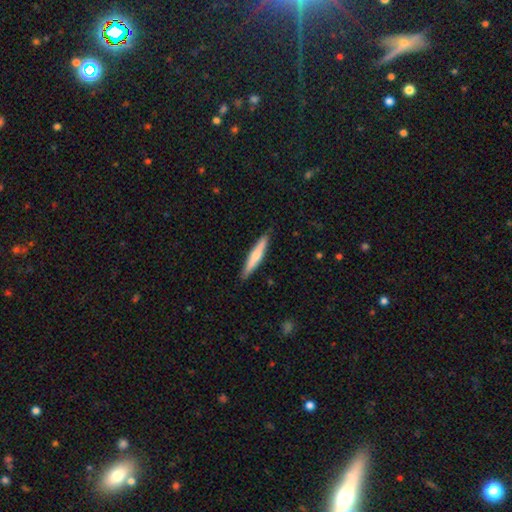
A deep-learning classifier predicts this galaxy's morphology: A smooth galaxy with no disk features (59%) that is cigar-shaped (92%).

Vote fractions:
- Smooth or featured? smooth: 59% / featured or disk: 35% / star or artifact: 5%
- How rounded? cigar-shaped: 92% / in between: 7% / round: 1%
- Merging? none: 89% / minor disturbance: 8% / major disturbance: 2% / merger: 1%